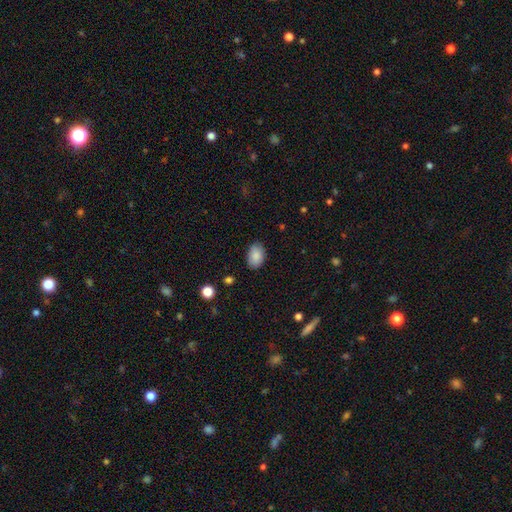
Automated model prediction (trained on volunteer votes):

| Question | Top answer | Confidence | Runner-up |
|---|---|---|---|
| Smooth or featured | smooth | 87% | star or artifact (7%) |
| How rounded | in between | 89% | round (10%) |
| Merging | none | 85% | minor disturbance (11%) |